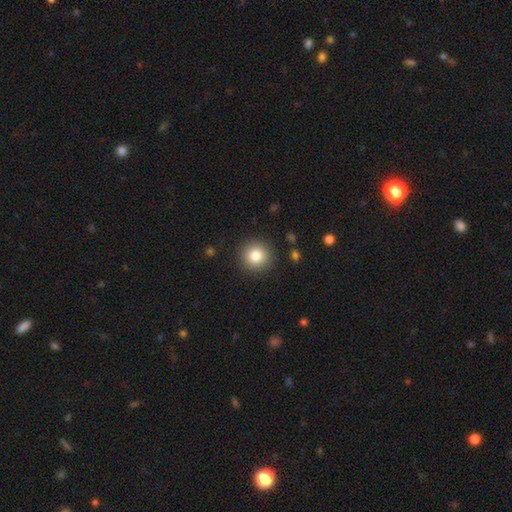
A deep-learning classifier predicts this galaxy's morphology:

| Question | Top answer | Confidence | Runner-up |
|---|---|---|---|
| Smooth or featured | smooth | 82% | star or artifact (10%) |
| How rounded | round | 94% | in between (5%) |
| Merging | none | 90% | minor disturbance (6%) |